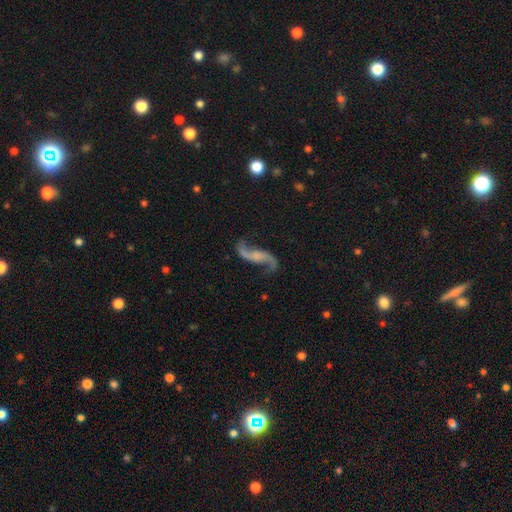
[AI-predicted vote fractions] Overall: featured or disk (88%). Edge-on disk: no (95%). Bar: no (54%; weak 33%). Spiral arms: yes (97%). Spiral arm count: 2 (94%). Spiral winding: loose (90%). Bulge size: none (52%; small 27%). Merging: none (76%).